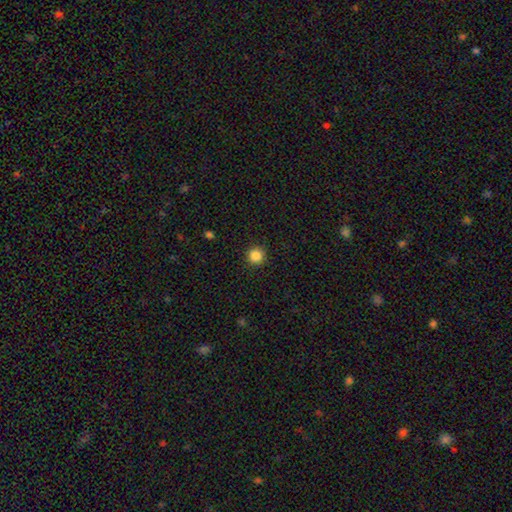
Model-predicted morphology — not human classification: Smooth or featured?
  - smooth: 86% *
  - star or artifact: 11%
  - featured or disk: 4%
How rounded?
  - round: 95% *
  - in between: 4%
  - cigar-shaped: 1%
Merging?
  - none: 92% *
  - minor disturbance: 5%
  - major disturbance: 2%
  - merger: 1%